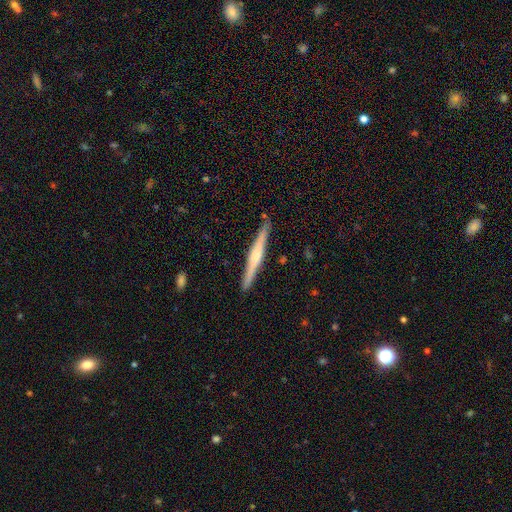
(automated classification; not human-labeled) A featured or disk galaxy (65%) viewed edge-on (98%) with a rounded central bulge (63%).

Vote fractions:
- Smooth or featured? featured or disk: 65% / smooth: 29% / star or artifact: 5%
- Edge-on disk? yes: 98% / no: 2%
- Edge-on bulge? rounded: 63% / none: 20% / boxy: 17%
- Merging? none: 90% / minor disturbance: 7% / major disturbance: 1% / merger: 1%